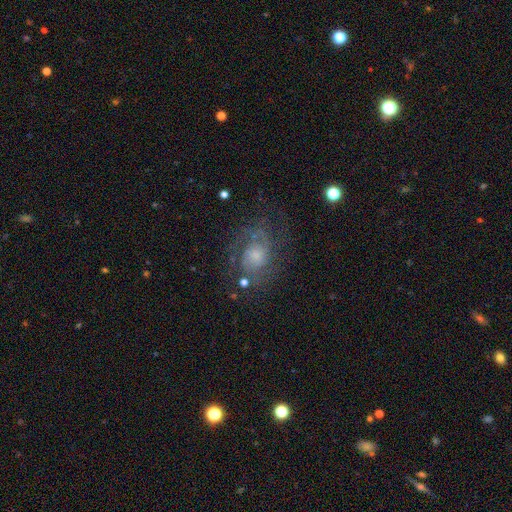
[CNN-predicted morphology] This appears to be a featured or disk galaxy (71%) with no bar (73%), 2 (41%) tight (43%) spiral arms (88%) and a moderate central bulge (40%). Merging: none (66%).